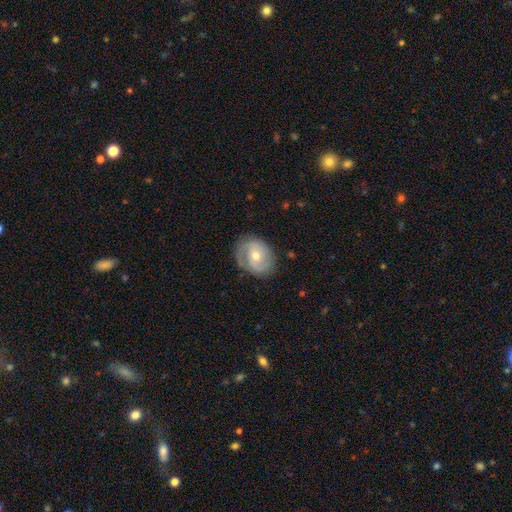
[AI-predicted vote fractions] Smooth or featured?
  - featured or disk: 60% *
  - smooth: 34%
  - star or artifact: 6%
Edge-on disk?
  - no: 97% *
  - yes: 3%
Bar?
  - no: 61% *
  - weak: 32%
  - strong: 7%
Spiral arms?
  - yes: 80% *
  - no: 20%
Bulge size?
  - moderate: 59% *
  - small: 36%
  - large: 3%
  - none: 1%
  - dominant: 1%
Merging?
  - none: 74% *
  - minor disturbance: 18%
  - major disturbance: 7%
  - merger: 1%